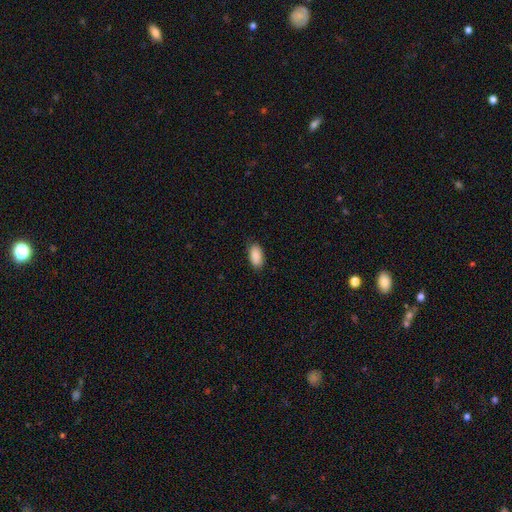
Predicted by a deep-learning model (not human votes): This is clearly a smooth galaxy (90%). How rounded: clearly in between (94%). Merging: clearly none (84%).